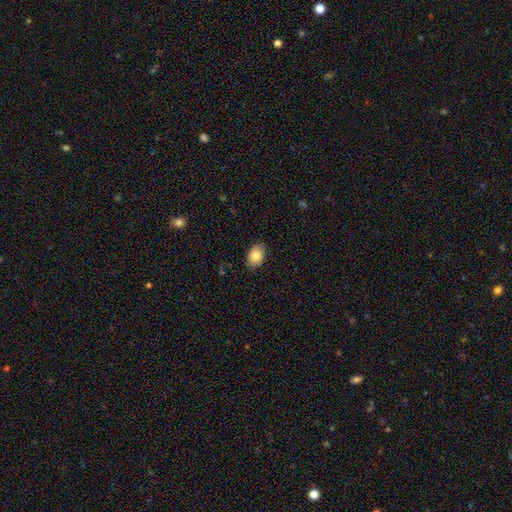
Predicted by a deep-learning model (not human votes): smooth_or_featured: smooth (p=0.84) [alt: featured or disk p=0.09]
how_rounded: in between (p=0.83) [alt: round p=0.16]
merging: none (p=0.87) [alt: minor disturbance p=0.10]